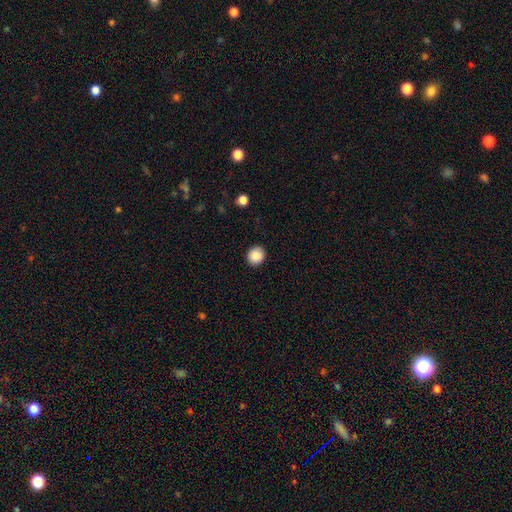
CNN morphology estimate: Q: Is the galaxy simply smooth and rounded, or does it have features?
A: smooth — 88%.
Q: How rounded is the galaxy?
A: round — 82%.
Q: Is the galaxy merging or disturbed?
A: none — 91%.